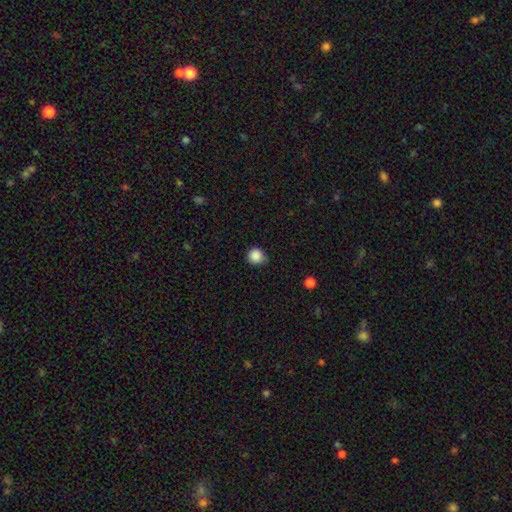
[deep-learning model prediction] smooth-or-featured: smooth: 87% | star or artifact: 10% | featured or disk: 3%
  how-rounded: round: 90% | in between: 9% | cigar-shaped: 1%
  merging: none: 79% | minor disturbance: 17% | major disturbance: 3% | merger: 1%